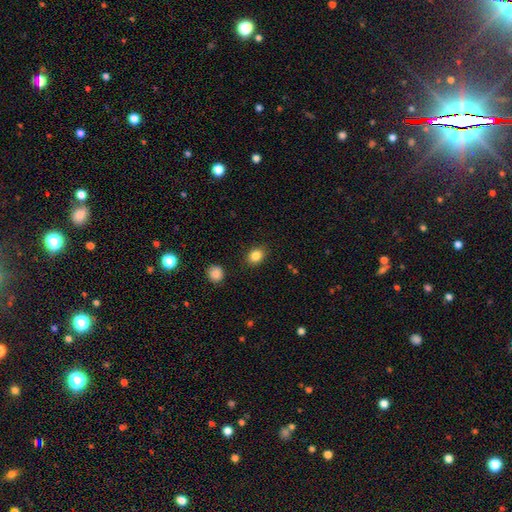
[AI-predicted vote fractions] smooth_or_featured: smooth (p=0.85) [alt: star or artifact p=0.10]
how_rounded: in between (p=0.53) [alt: round p=0.46]
merging: none (p=0.87) [alt: minor disturbance p=0.09]